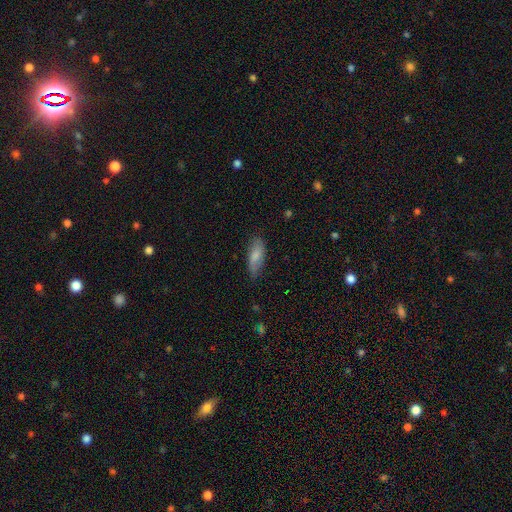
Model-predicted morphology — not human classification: smooth_or_featured: smooth (p=0.77) [alt: featured or disk p=0.16]
how_rounded: in between (p=0.76) [alt: cigar-shaped p=0.22]
merging: none (p=0.71) [alt: minor disturbance p=0.24]